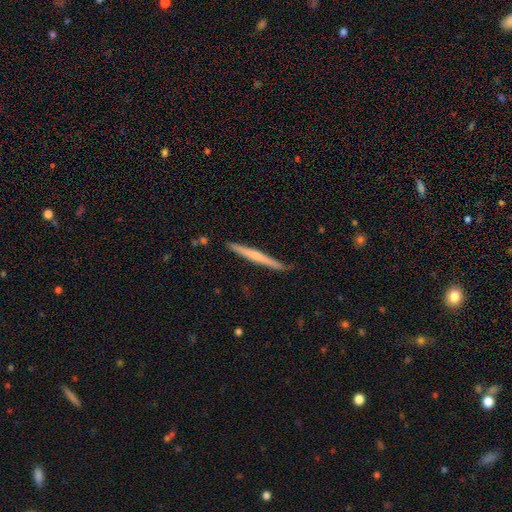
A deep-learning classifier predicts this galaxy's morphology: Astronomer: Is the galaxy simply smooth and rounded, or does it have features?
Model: featured or disk — 48% (runner-up: smooth, 47%).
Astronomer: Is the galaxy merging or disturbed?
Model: none — 87%.